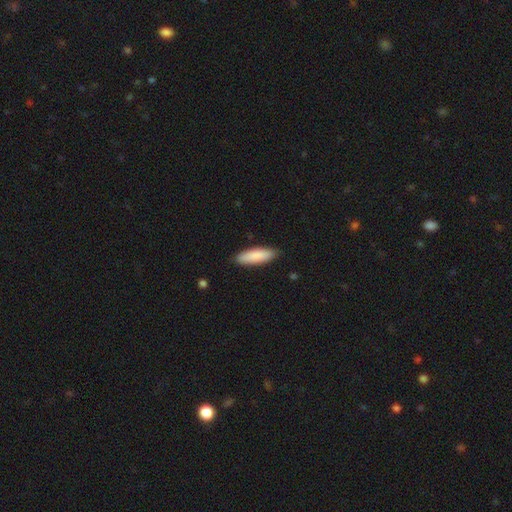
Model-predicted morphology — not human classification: This appears to be a smooth galaxy with no disk features (87%) that is cigar-shaped (50%). Merging: none (88%).